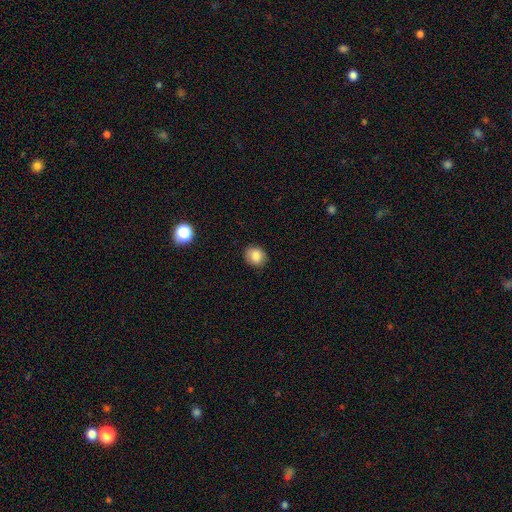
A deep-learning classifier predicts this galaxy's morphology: A smooth galaxy with no disk features (85%) that is round (72%). Merging: none (87%).